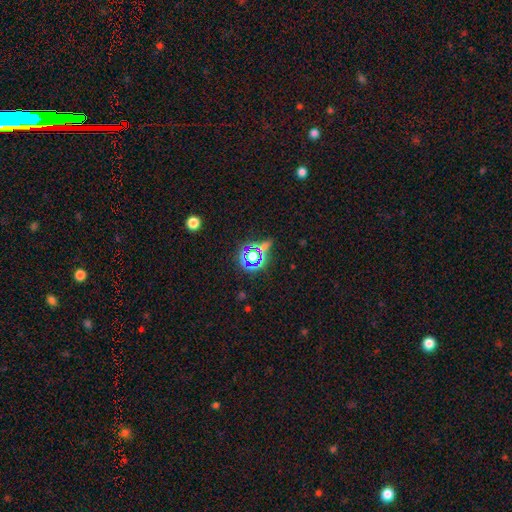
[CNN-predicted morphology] type=star or artifact (64%).